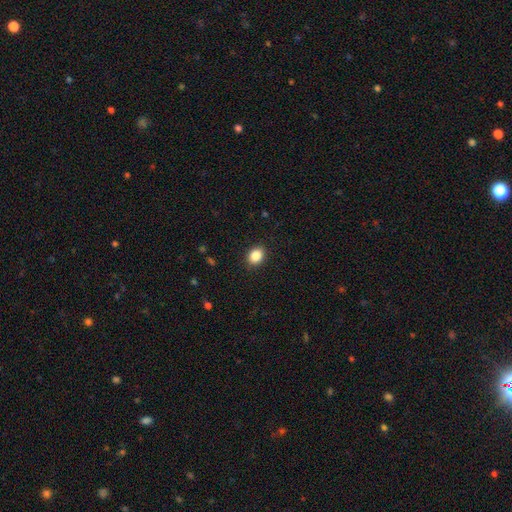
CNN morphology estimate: Overall: smooth (86%). How rounded: in between (55%; round 44%). Merging: none (90%).